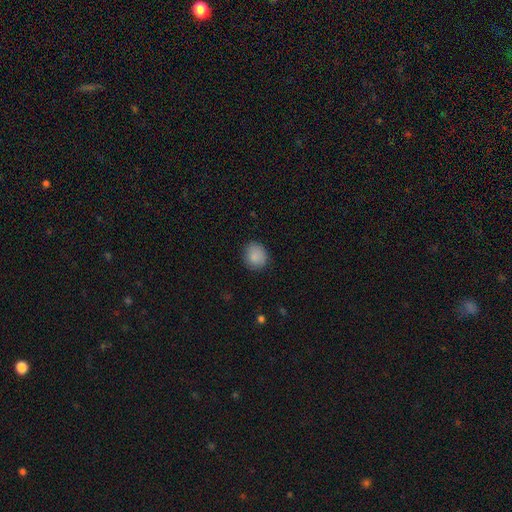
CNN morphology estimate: A smooth galaxy with no disk features (87%) that is round (76%). Merging: none (84%).